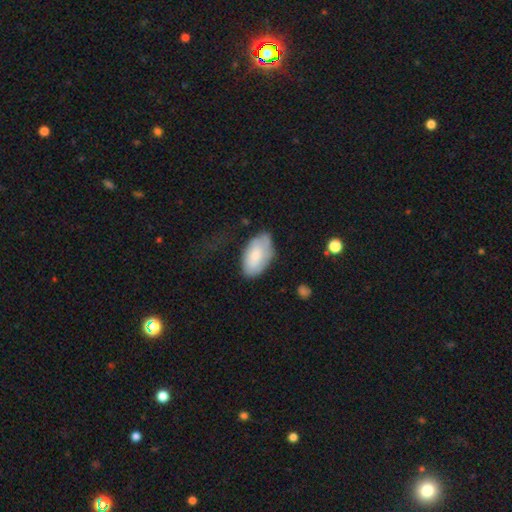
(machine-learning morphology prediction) smooth 72%, featured or disk 22%, star or artifact 6%. Down the decision tree: how rounded — in between (95%); merging — none (54%).